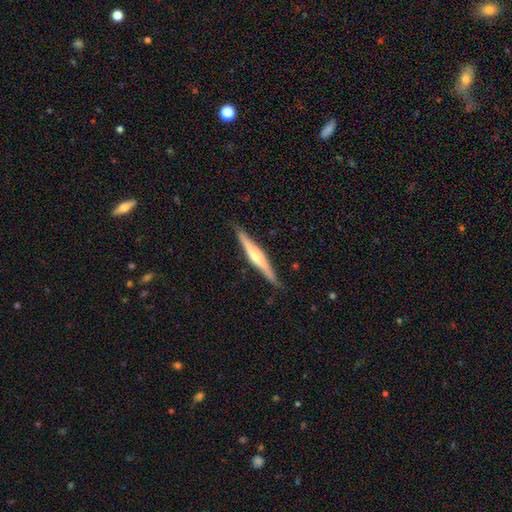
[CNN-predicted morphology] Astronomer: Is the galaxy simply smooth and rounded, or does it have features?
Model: featured or disk — 72%.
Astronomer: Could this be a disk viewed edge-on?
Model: yes — 97%.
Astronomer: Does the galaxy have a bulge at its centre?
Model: rounded — 80%.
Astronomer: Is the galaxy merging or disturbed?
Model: none — 86%.